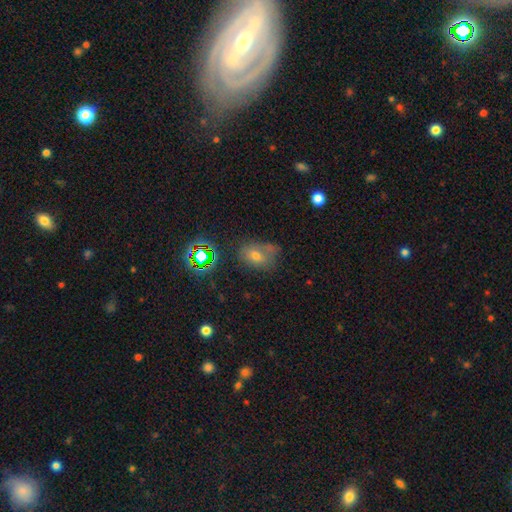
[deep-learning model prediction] Smooth or featured? Predicted: smooth (p=0.54). How rounded? Predicted: in between (p=0.74). Merging? Predicted: none (p=0.49).